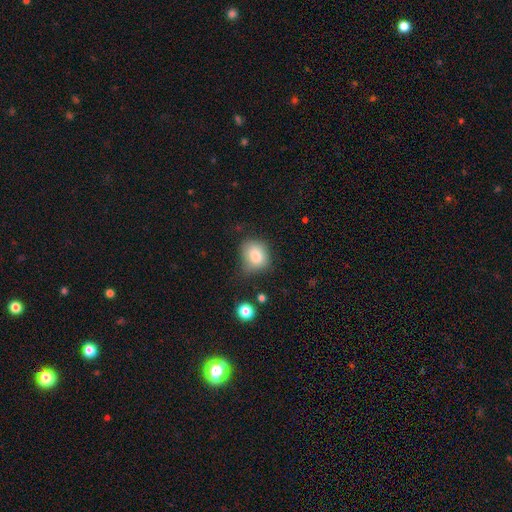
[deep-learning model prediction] Overall: smooth (81%). How rounded: round (56%; in between 43%). Merging: none (57%; minor disturbance 30%).